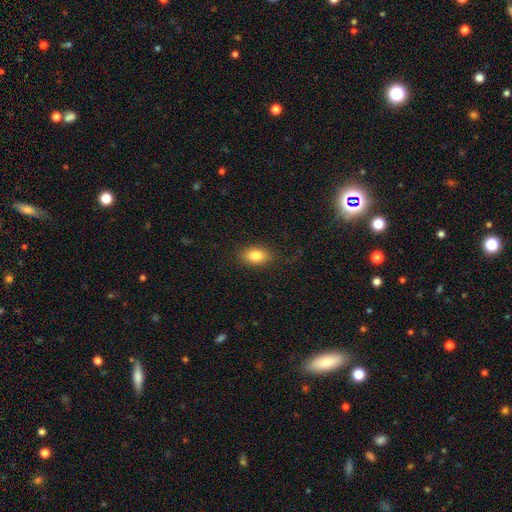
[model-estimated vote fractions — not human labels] Overall: smooth (83%). How rounded: in between (85%). Merging: none (85%).